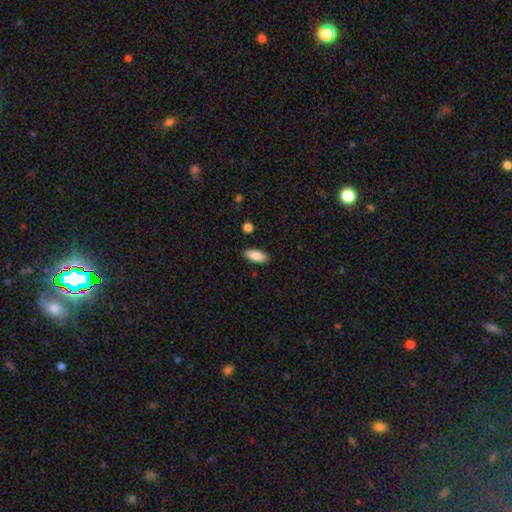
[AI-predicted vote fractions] Overall: smooth (88%). How rounded: in between (85%). Merging: none (88%).